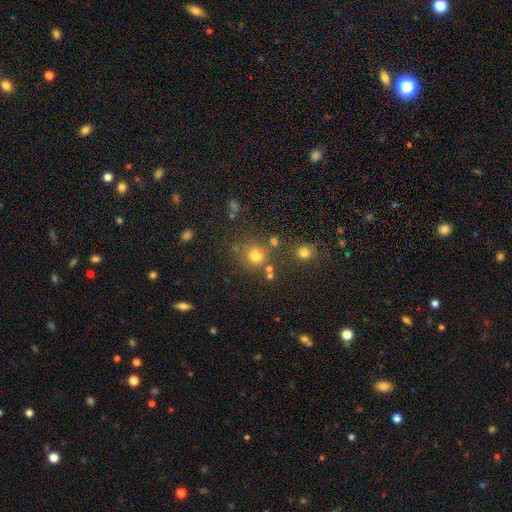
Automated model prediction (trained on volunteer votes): smooth-or-featured: smooth: 74% | star or artifact: 19% | featured or disk: 8%
  how-rounded: round: 88% | in between: 11% | cigar-shaped: 1%
  merging: none: 71% | merger: 13% | minor disturbance: 11% | major disturbance: 5%